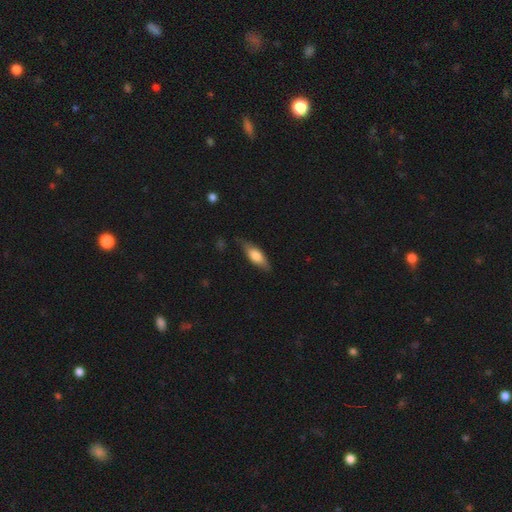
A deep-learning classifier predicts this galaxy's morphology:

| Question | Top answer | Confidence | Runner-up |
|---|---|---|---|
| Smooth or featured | smooth | 67% | featured or disk (27%) |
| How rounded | in between | 63% | cigar-shaped (34%) |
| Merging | none | 76% | minor disturbance (19%) |